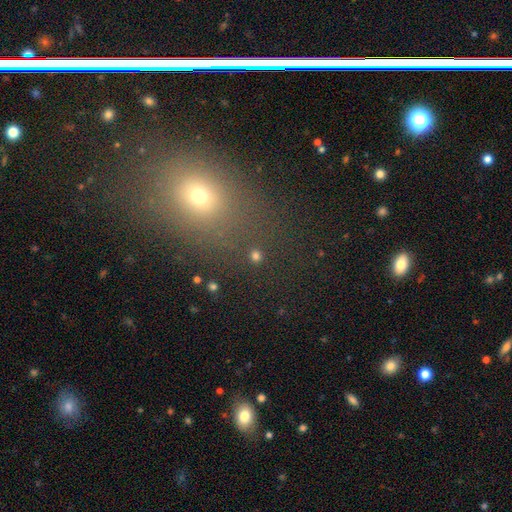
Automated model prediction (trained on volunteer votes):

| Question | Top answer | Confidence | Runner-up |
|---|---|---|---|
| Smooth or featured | smooth | 58% | star or artifact (33%) |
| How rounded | round | 80% | in between (18%) |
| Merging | none | 77% | minor disturbance (8%) |